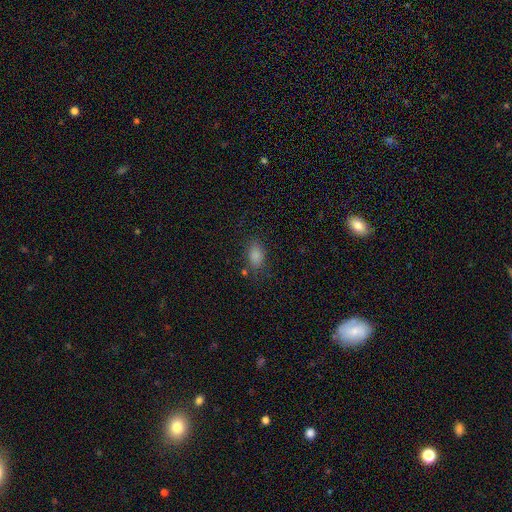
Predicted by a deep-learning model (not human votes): smooth-or-featured: smooth: 83% | star or artifact: 11% | featured or disk: 6%
  how-rounded: in between: 86% | round: 12% | cigar-shaped: 2%
  merging: none: 75% | minor disturbance: 16% | major disturbance: 6% | merger: 4%